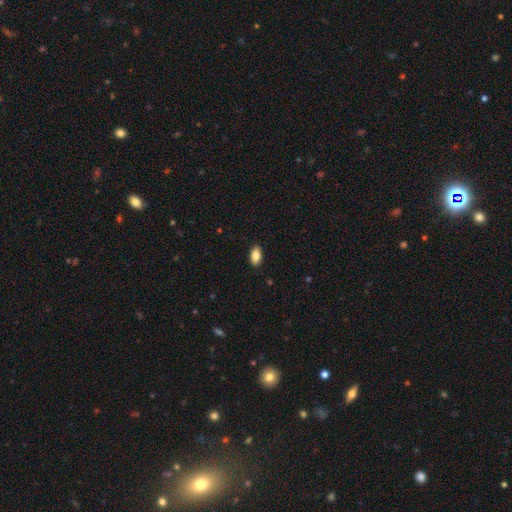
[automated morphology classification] This appears to be a smooth galaxy with no disk features (85%) that is in between round and cigar-shaped (92%). Merging: none (90%).